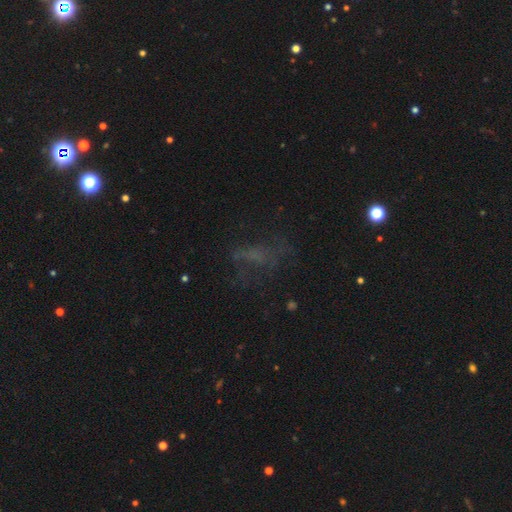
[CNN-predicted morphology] This is marginally a featured or disk galaxy (35%). Merging: possibly none (50%).